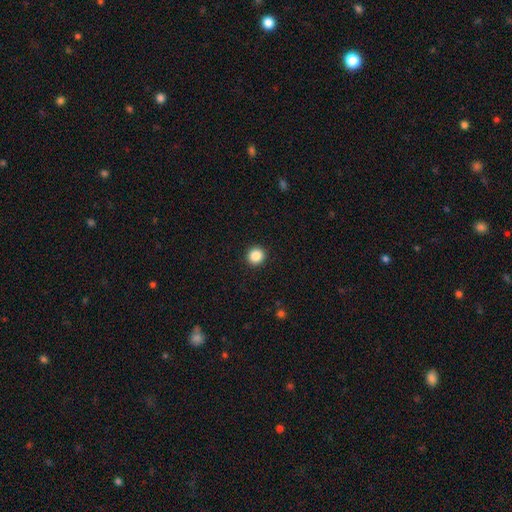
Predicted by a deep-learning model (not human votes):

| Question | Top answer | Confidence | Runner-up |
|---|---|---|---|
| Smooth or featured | smooth | 87% | star or artifact (10%) |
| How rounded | round | 93% | in between (6%) |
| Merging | none | 93% | minor disturbance (4%) |